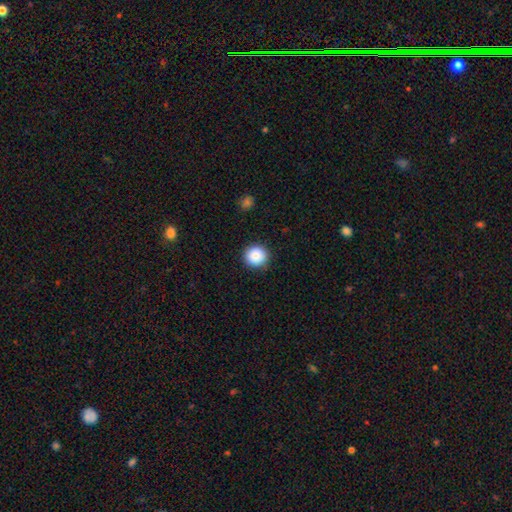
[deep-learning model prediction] A smooth galaxy with no disk features (87%) that is round (93%).

Vote fractions:
- Smooth or featured? smooth: 87% / star or artifact: 8% / featured or disk: 5%
- How rounded? round: 93% / in between: 6% / cigar-shaped: 1%
- Merging? none: 91% / minor disturbance: 6% / major disturbance: 2% / merger: 1%